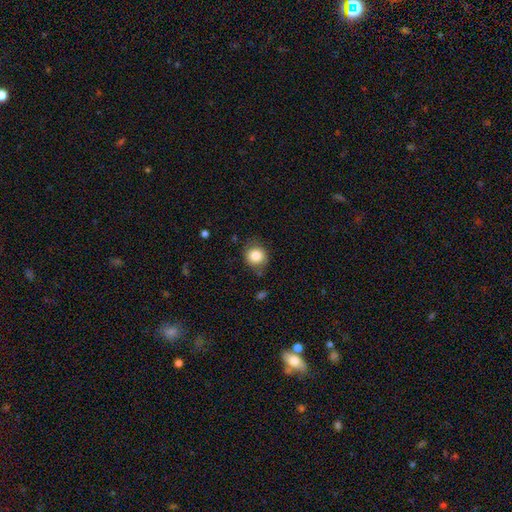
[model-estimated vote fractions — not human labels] smooth_or_featured: smooth (p=0.84) [alt: star or artifact p=0.09]
how_rounded: round (p=0.85) [alt: in between p=0.14]
merging: none (p=0.77) [alt: minor disturbance p=0.16]